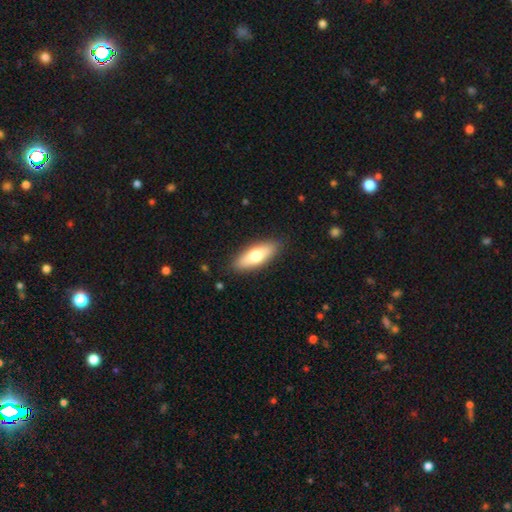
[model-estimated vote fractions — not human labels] Smooth or featured? smooth (67%)
How rounded? in between (63%)
Merging? none (88%)